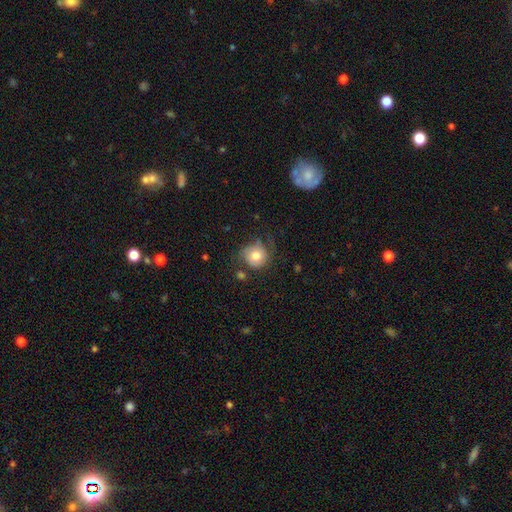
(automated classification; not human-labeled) smooth 71%, featured or disk 20%, star or artifact 9%. Down the decision tree: how rounded — round (87%); merging — none (55%).